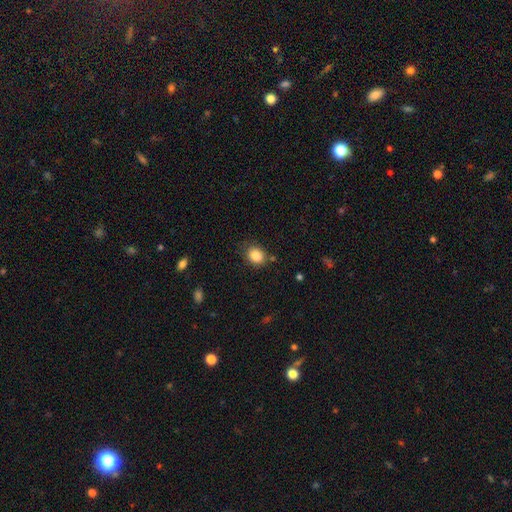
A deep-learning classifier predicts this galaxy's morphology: Smooth or featured: smooth — 85% (star or artifact — 10%)
How rounded: round — 56% (in between — 43%)
Merging: none — 78% (minor disturbance — 14%)